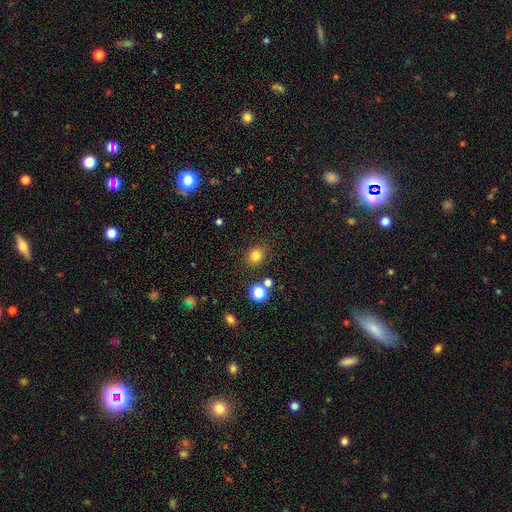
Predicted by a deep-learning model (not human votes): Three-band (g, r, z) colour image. It shows a smooth galaxy with no disk features (79%) that is round (67%). Merging: none (84%).